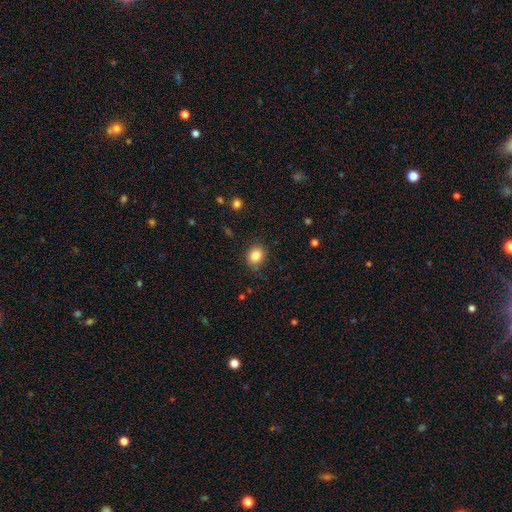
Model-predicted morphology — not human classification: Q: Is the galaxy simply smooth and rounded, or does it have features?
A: smooth — 84%.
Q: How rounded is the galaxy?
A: round — 66%.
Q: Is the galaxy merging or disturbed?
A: none — 85%.